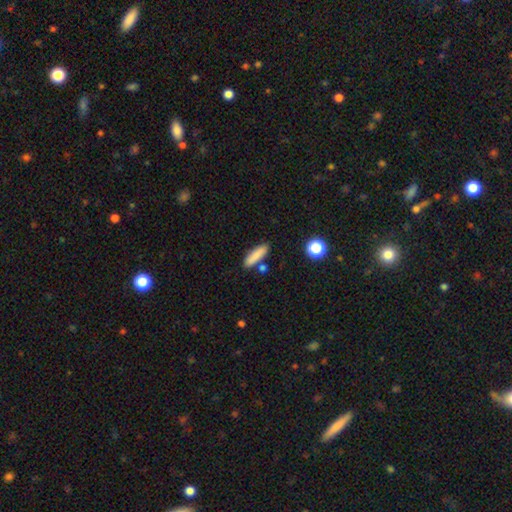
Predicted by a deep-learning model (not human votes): Smooth or featured? Predicted: smooth (p=0.84). How rounded? Predicted: cigar-shaped (p=0.66). Merging? Predicted: none (p=0.80).